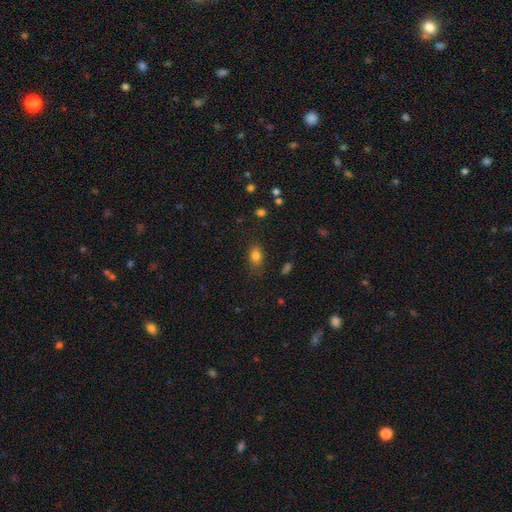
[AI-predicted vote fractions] Smooth or featured: smooth — 80% (star or artifact — 12%)
How rounded: in between — 72% (round — 26%)
Merging: none — 73% (minor disturbance — 19%)